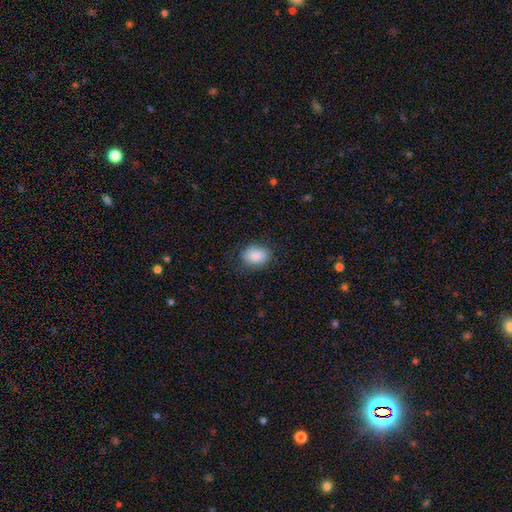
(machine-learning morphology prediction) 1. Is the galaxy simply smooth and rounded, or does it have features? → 89% smooth, 7% star or artifact, 4% featured or disk.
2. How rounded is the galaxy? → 75% in between, 24% round, 1% cigar-shaped.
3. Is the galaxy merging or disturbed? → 82% none, 13% minor disturbance, 4% major disturbance, 1% merger.